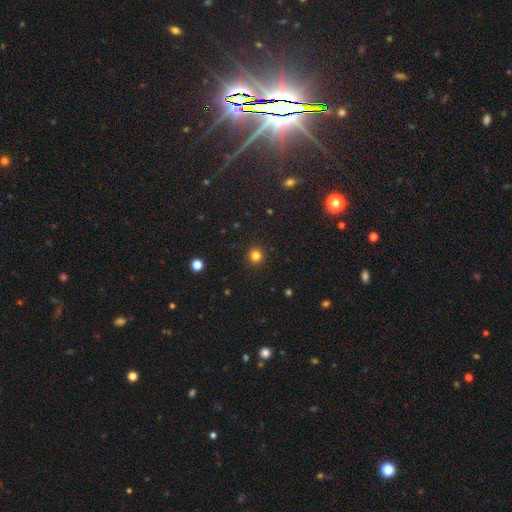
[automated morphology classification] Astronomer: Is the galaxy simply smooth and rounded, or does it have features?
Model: smooth — 83%.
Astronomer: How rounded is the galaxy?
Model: round — 94%.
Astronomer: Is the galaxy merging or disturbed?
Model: none — 92%.